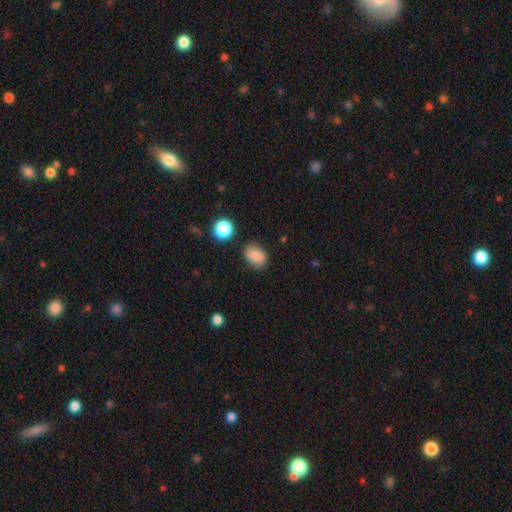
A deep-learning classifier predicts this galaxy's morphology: smooth-or-featured: smooth: 82% | star or artifact: 10% | featured or disk: 8%
  how-rounded: in between: 62% | round: 36% | cigar-shaped: 1%
  merging: none: 77% | minor disturbance: 16% | major disturbance: 4% | merger: 3%